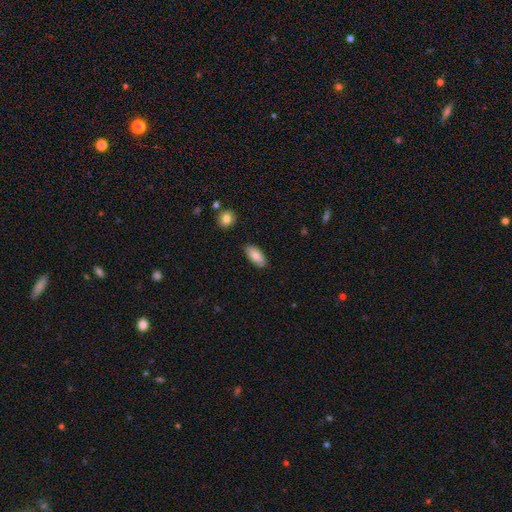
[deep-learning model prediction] smooth 84%, featured or disk 9%, star or artifact 6%. Down the decision tree: how rounded — in between (90%); merging — none (86%).